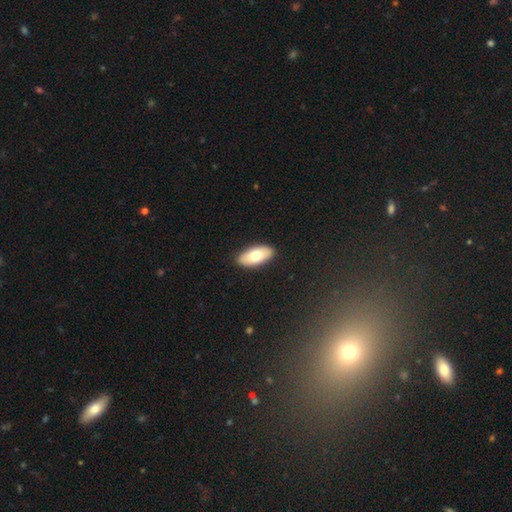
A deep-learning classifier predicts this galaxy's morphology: This is likely a smooth galaxy (73%). How rounded: clearly in between (91%). Merging: clearly none (90%).